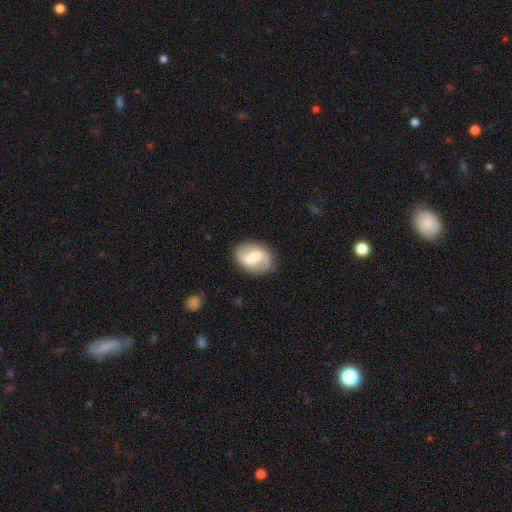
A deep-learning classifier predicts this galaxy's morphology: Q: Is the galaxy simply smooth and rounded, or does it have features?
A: featured or disk — 49%.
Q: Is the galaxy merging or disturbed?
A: none — 77%.